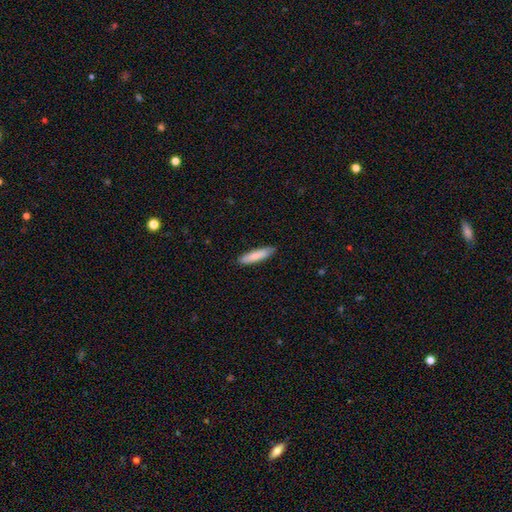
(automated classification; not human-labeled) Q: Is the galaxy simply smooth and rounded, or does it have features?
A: smooth — 84%.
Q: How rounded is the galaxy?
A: cigar-shaped — 78%.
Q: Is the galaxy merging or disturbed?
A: none — 88%.